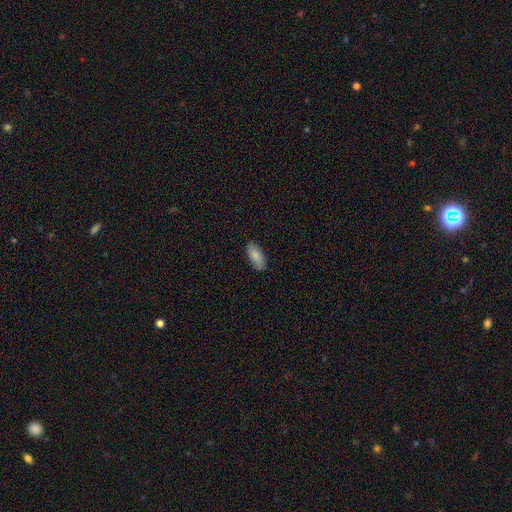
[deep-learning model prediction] Smooth or featured? Predicted: smooth (p=0.86). How rounded? Predicted: in between (p=0.86). Merging? Predicted: none (p=0.85).